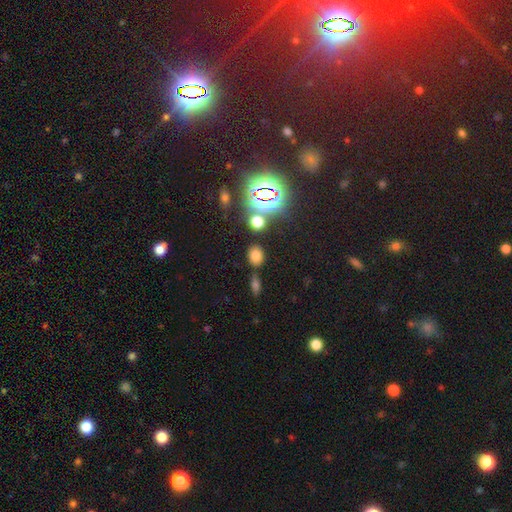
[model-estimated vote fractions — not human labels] A smooth galaxy with no disk features (70%) that is in between round and cigar-shaped (57%).

Vote fractions:
- Smooth or featured? smooth: 70% / star or artifact: 23% / featured or disk: 7%
- How rounded? in between: 57% / round: 41% / cigar-shaped: 2%
- Merging? none: 76% / minor disturbance: 11% / merger: 9% / major disturbance: 4%